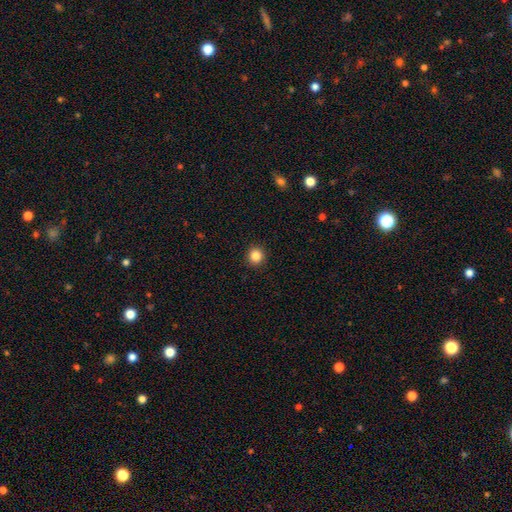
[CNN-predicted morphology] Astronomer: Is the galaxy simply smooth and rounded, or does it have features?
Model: smooth — 85%.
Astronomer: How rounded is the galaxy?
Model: round — 92%.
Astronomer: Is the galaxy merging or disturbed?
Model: none — 92%.